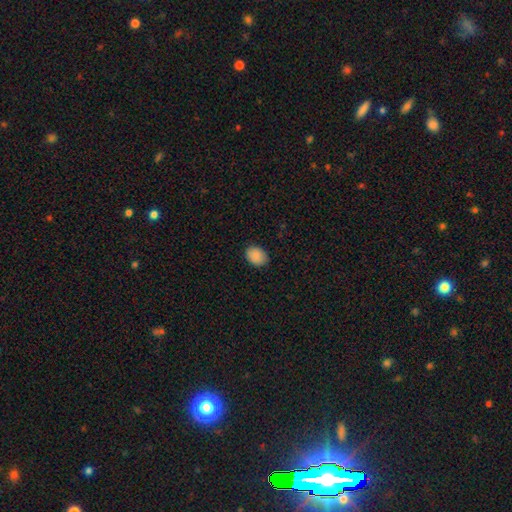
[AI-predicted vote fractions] Q: Smooth or featured?
A: smooth (89%); runner-up: star or artifact (8%)
Q: How rounded?
A: in between (66%); runner-up: round (33%)
Q: Merging?
A: none (85%); runner-up: minor disturbance (12%)